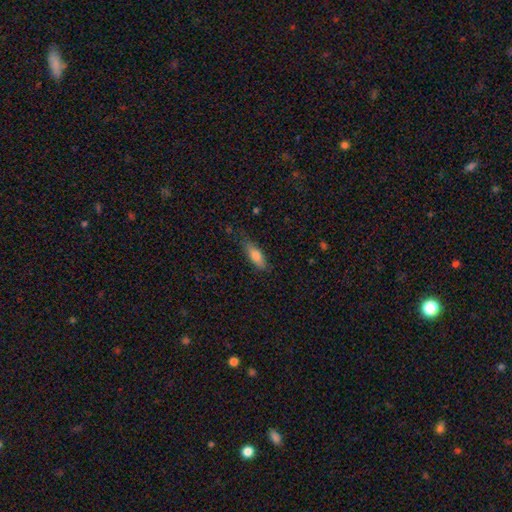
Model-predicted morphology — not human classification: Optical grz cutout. It shows a smooth galaxy with no disk features (76%) that is in between round and cigar-shaped (59%). Merging: none (73%).